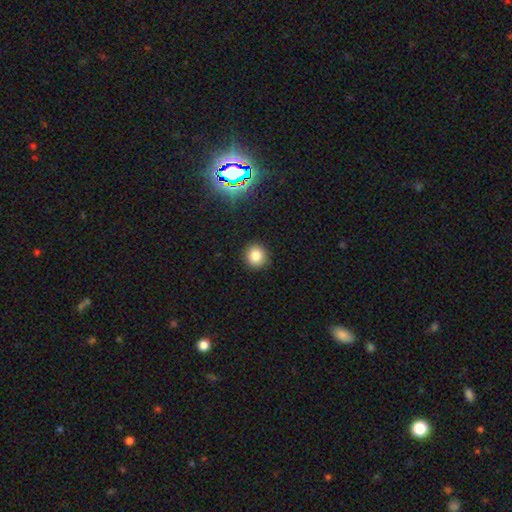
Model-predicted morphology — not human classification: smooth 82%, star or artifact 13%, featured or disk 5%. Down the decision tree: how rounded — round (90%); merging — none (91%).